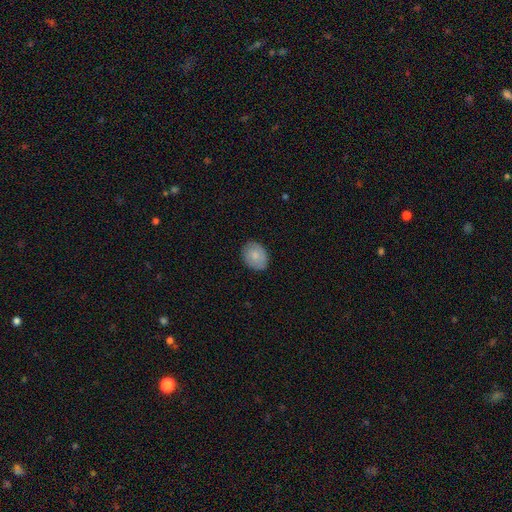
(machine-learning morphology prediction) A smooth galaxy with no disk features (77%) that is in between round and cigar-shaped (61%).

Vote fractions:
- Smooth or featured? smooth: 77% / featured or disk: 16% / star or artifact: 7%
- How rounded? in between: 61% / round: 38% / cigar-shaped: 1%
- Merging? none: 83% / minor disturbance: 14% / major disturbance: 3% / merger: 1%